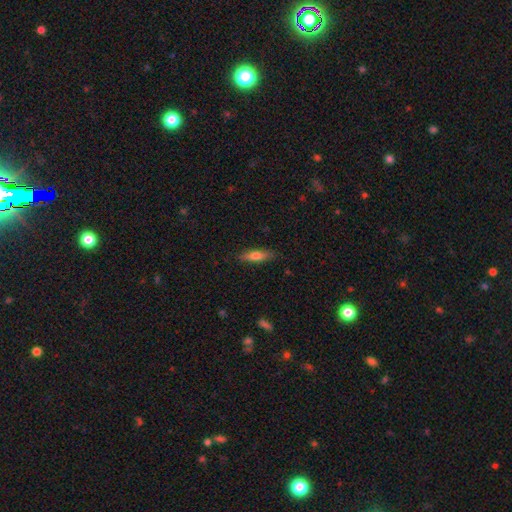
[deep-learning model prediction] This appears to be a smooth galaxy with no disk features (69%) that is cigar-shaped (63%). Merging: none (84%).